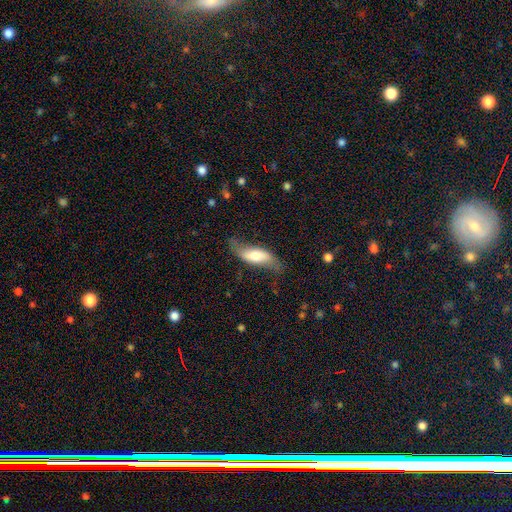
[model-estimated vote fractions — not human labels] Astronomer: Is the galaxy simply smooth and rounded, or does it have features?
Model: featured or disk — 50% (runner-up: smooth, 43%).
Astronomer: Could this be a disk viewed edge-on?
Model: no — 79%.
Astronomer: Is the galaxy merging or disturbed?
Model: none — 57%.